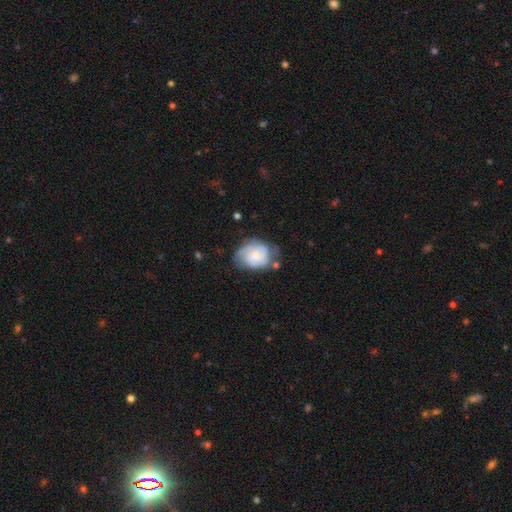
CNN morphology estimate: featured or disk 62%, smooth 32%, star or artifact 7%. Down the decision tree: edge-on disk — no (98%); bar — no (71%); spiral arms — yes (85%); spiral arm count — 2 (33%); spiral winding — tight (48%); bulge size — small (48%); merging — none (53%).